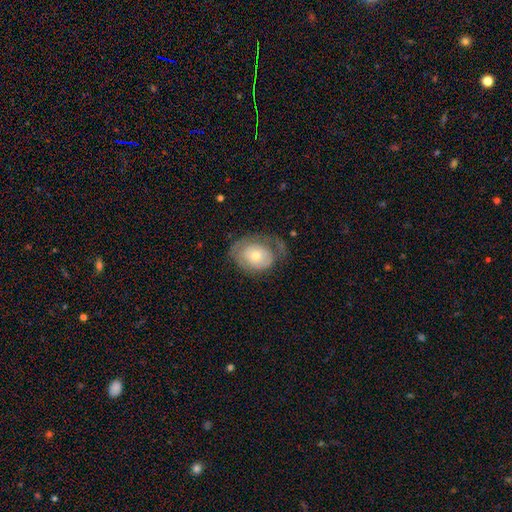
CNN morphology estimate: This appears to be a smooth galaxy with no disk features (50%). Merging: none (46%).